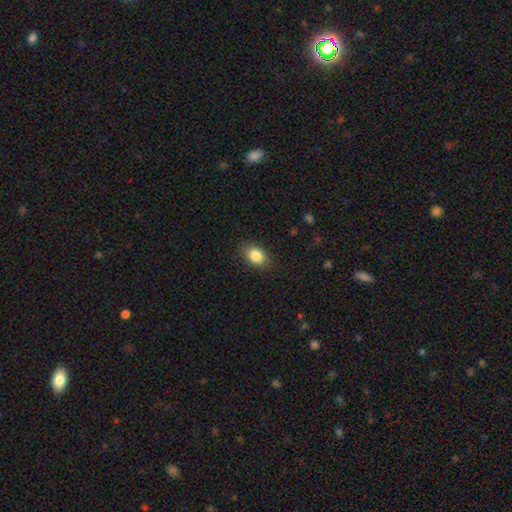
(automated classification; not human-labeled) Smooth or featured? Predicted: smooth (p=0.85). How rounded? Predicted: in between (p=0.77). Merging? Predicted: none (p=0.85).